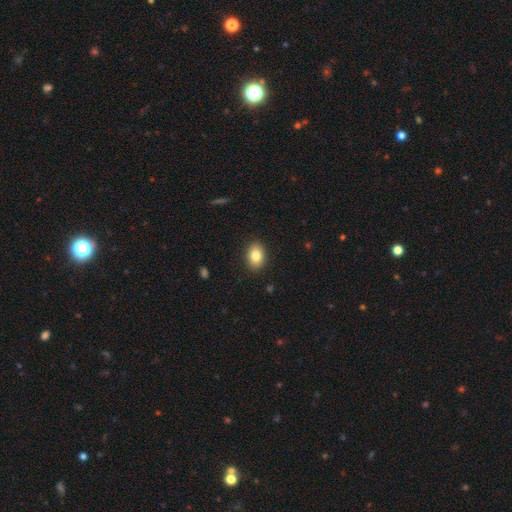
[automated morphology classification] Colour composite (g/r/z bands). It shows a smooth galaxy with no disk features (83%) that is in between round and cigar-shaped (78%). Merging: none (89%).